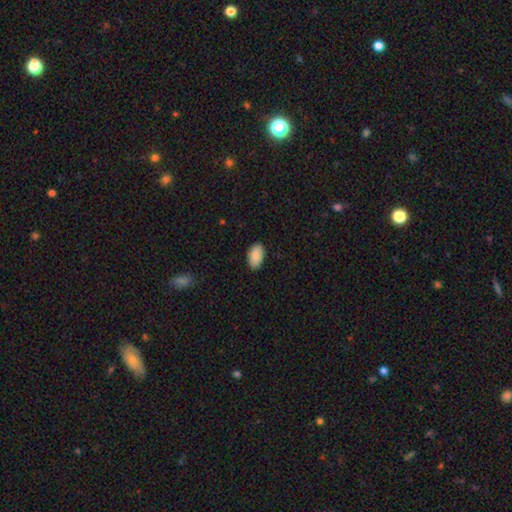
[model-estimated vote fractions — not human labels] smooth_or_featured: smooth (p=0.89) [alt: star or artifact p=0.07]
how_rounded: in between (p=0.95) [alt: round p=0.04]
merging: none (p=0.88) [alt: minor disturbance p=0.09]